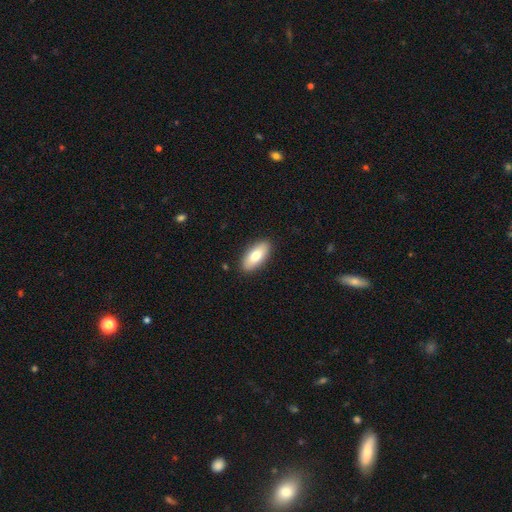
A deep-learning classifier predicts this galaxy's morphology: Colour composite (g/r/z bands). It shows a smooth galaxy with no disk features (79%) that is in between round and cigar-shaped (88%). Merging: none (89%).